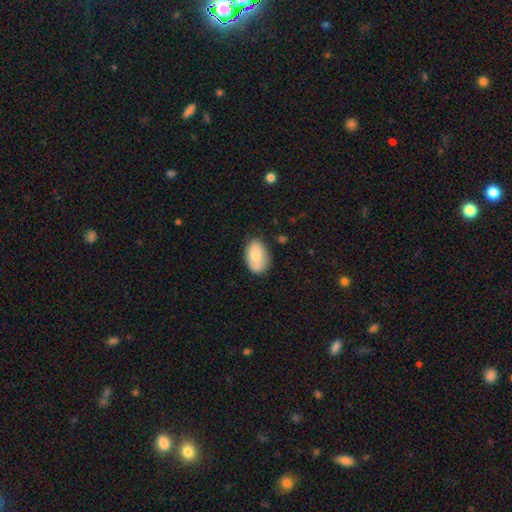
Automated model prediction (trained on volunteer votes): smooth 79%, featured or disk 15%, star or artifact 7%. Down the decision tree: how rounded — in between (89%); merging — none (72%).